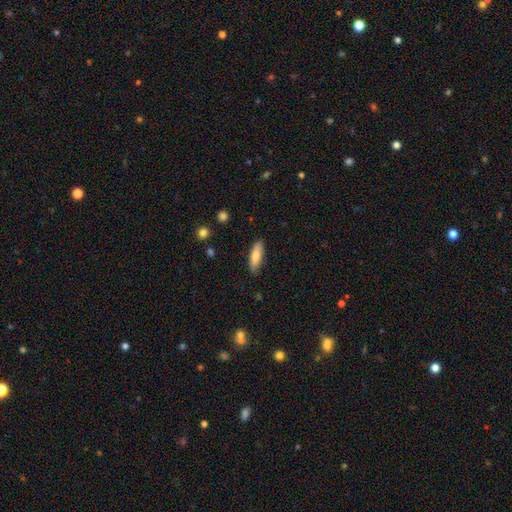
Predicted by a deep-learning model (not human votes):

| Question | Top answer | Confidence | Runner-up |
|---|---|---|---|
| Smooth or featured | smooth | 76% | featured or disk (18%) |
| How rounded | cigar-shaped | 50% | in between (48%) |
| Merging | none | 87% | minor disturbance (10%) |